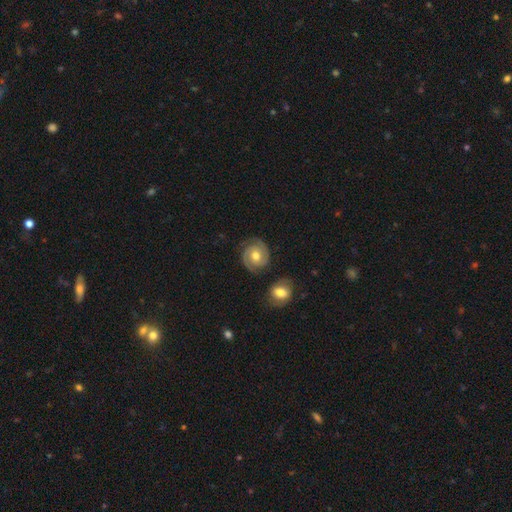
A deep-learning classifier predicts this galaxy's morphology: Smooth or featured?
  - featured or disk: 81% *
  - smooth: 14%
  - star or artifact: 6%
Edge-on disk?
  - no: 98% *
  - yes: 2%
Bar?
  - no: 69% *
  - weak: 25%
  - strong: 6%
Spiral arms?
  - yes: 96% *
  - no: 4%
Spiral winding?
  - tight: 65% *
  - medium: 29%
  - loose: 6%
Spiral arm count?
  - 2: 90% *
  - can't tell: 4%
  - 3: 3%
  - 1: 2%
  - 4: 1%
  - more than 4: 1%
Bulge size?
  - moderate: 79% *
  - small: 11%
  - large: 7%
  - none: 1%
  - dominant: 1%
Merging?
  - none: 81% *
  - minor disturbance: 12%
  - merger: 4%
  - major disturbance: 4%